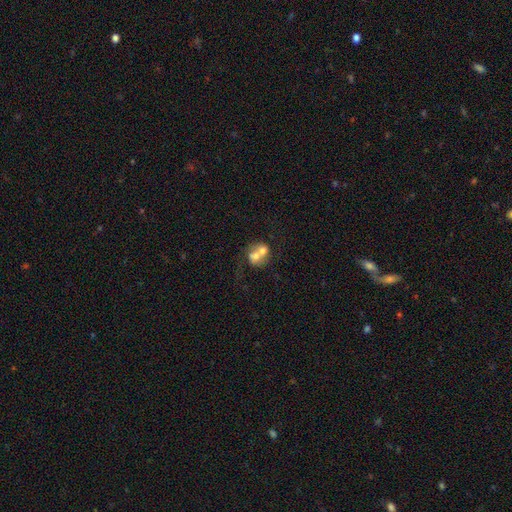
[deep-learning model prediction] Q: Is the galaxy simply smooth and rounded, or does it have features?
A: smooth — 58%.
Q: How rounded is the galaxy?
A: round — 65%.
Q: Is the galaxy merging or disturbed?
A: merger — 70%.